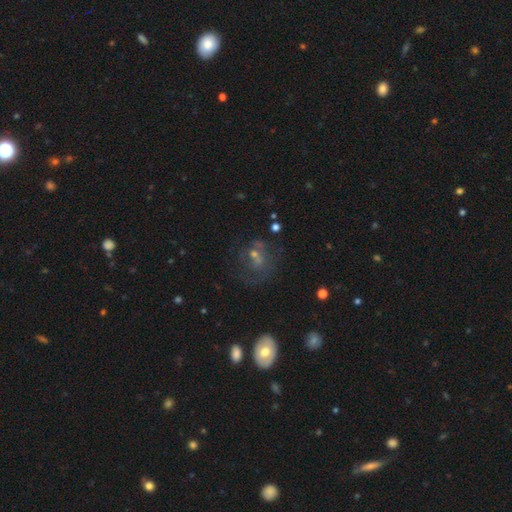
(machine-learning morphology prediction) Smooth or featured? featured or disk (49%)
Merging? none (49%)